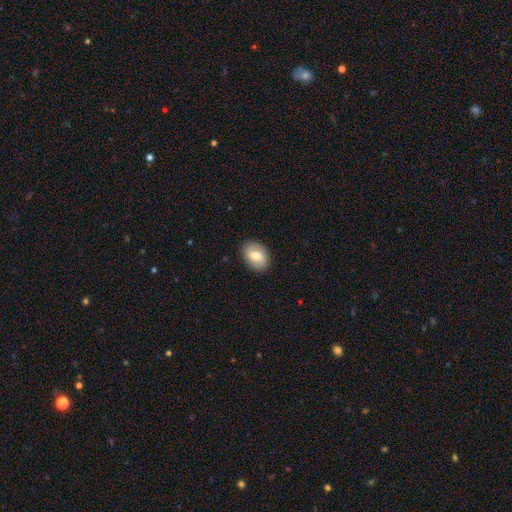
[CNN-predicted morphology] Smooth or featured? smooth (67%)
How rounded? in between (78%)
Merging? none (87%)